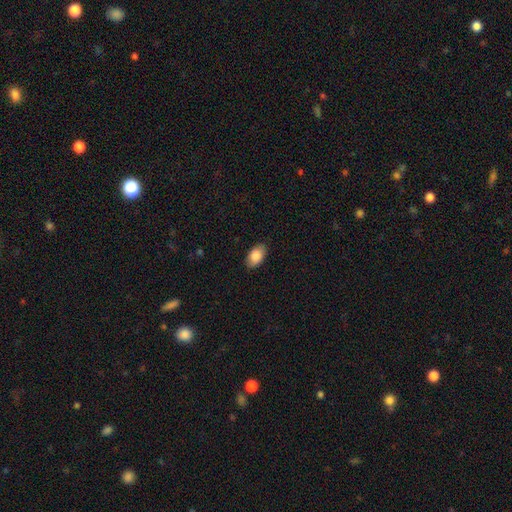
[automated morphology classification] The model was most divided on "merging": none: 86%, minor disturbance: 11%, major disturbance: 2%, merger: 1%. More confident: how rounded — in between (94%); smooth or featured — smooth (86%).